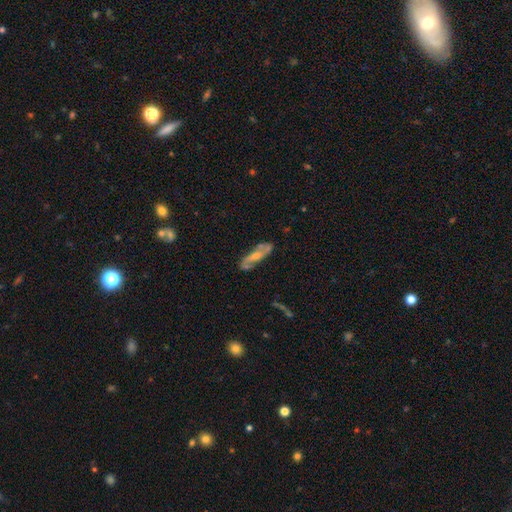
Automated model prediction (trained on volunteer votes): smooth_or_featured: featured or disk (p=0.66) [alt: smooth p=0.27]
disk_edge_on: no (p=0.76) [alt: yes p=0.24]
bar: no (p=0.46) [alt: weak p=0.38]
has_spiral_arms: yes (p=0.85) [alt: no p=0.15]
bulge_size: moderate (p=0.43) [alt: small p=0.42]
merging: none (p=0.71) [alt: minor disturbance p=0.19]